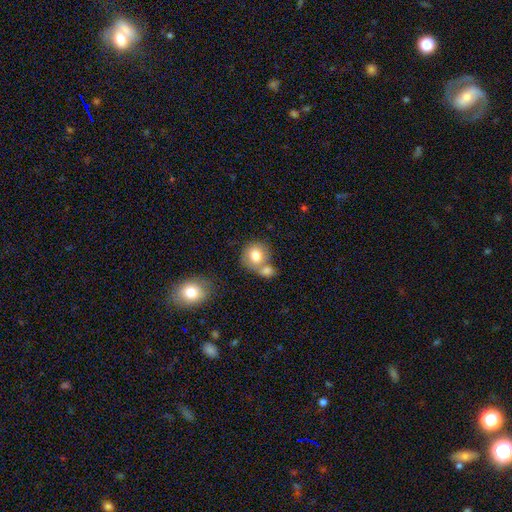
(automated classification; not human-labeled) Smooth or featured?
  - smooth: 79% *
  - featured or disk: 13%
  - star or artifact: 8%
How rounded?
  - round: 78% *
  - in between: 21%
  - cigar-shaped: 1%
Merging?
  - merger: 44% *
  - none: 41%
  - minor disturbance: 10%
  - major disturbance: 4%